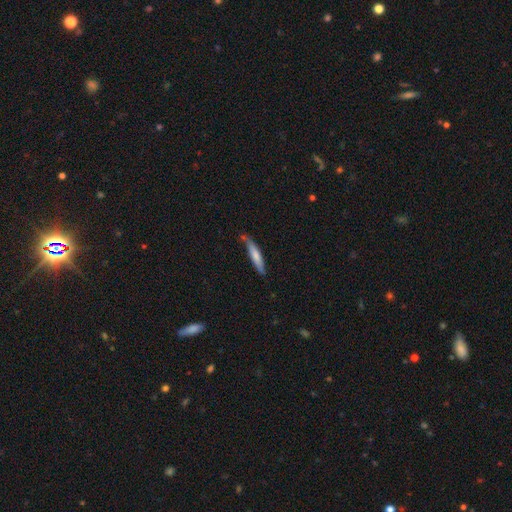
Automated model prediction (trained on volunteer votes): A smooth galaxy with no disk features (65%) that is cigar-shaped (89%).

Vote fractions:
- Smooth or featured? smooth: 65% / featured or disk: 30% / star or artifact: 5%
- How rounded? cigar-shaped: 89% / in between: 9% / round: 1%
- Merging? none: 64% / minor disturbance: 26% / major disturbance: 5% / merger: 4%